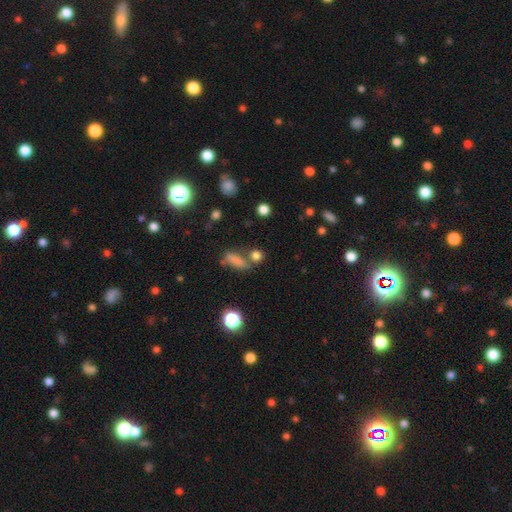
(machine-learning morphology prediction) Q: Smooth or featured?
A: smooth (77%); runner-up: star or artifact (16%)
Q: How rounded?
A: round (60%); runner-up: in between (28%)
Q: Merging?
A: none (62%); runner-up: merger (22%)